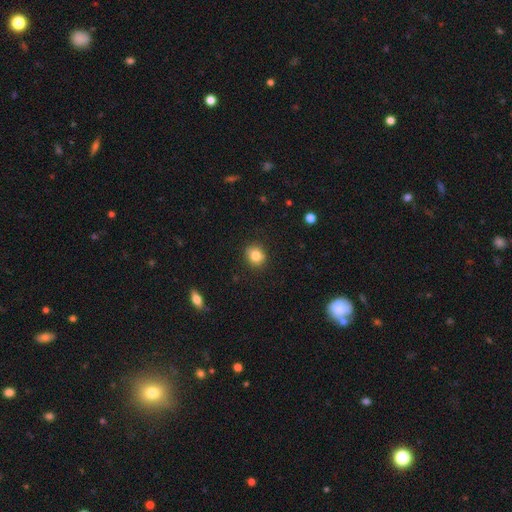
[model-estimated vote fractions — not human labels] A smooth galaxy with no disk features (82%) that is round (79%).

Vote fractions:
- Smooth or featured? smooth: 82% / star or artifact: 10% / featured or disk: 8%
- How rounded? round: 79% / in between: 20% / cigar-shaped: 1%
- Merging? none: 88% / minor disturbance: 9% / major disturbance: 2% / merger: 1%